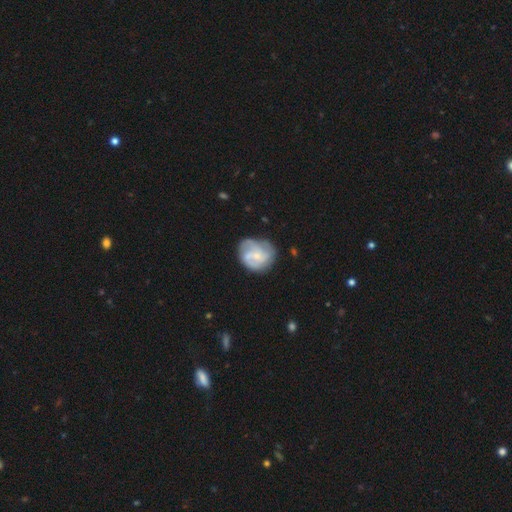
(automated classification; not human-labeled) Smooth or featured? featured or disk (69%)
Edge-on disk? no (98%)
Bar? no (61%)
Spiral arms? yes (89%)
Spiral winding? medium (45%)
Spiral arm count? 3 (38%)
Bulge size? small (66%)
Merging? none (65%)